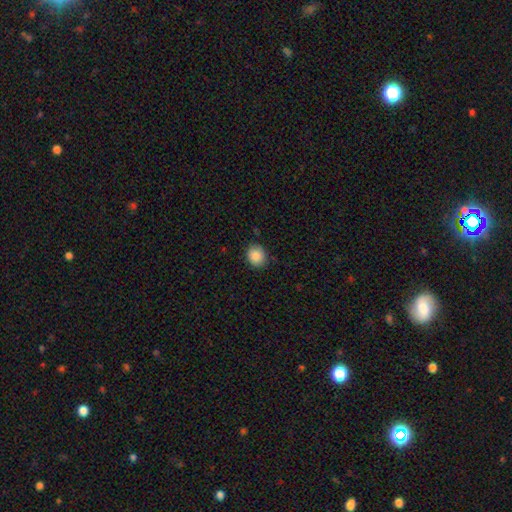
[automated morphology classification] Q: Smooth or featured?
A: smooth (88%); runner-up: star or artifact (9%)
Q: How rounded?
A: round (77%); runner-up: in between (22%)
Q: Merging?
A: none (86%); runner-up: minor disturbance (10%)